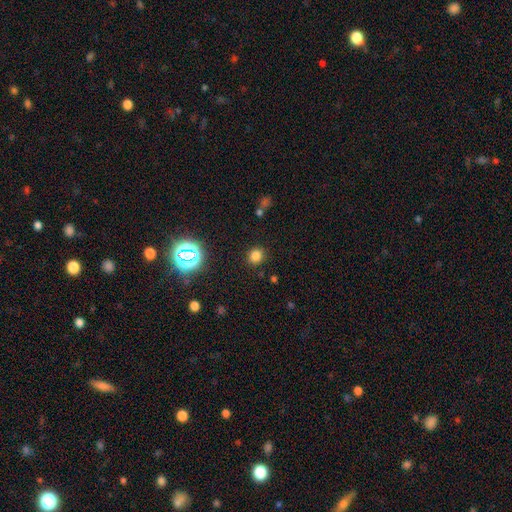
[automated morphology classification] A smooth galaxy with no disk features (76%) that is round (79%).

Vote fractions:
- Smooth or featured? smooth: 76% / star or artifact: 18% / featured or disk: 5%
- How rounded? round: 79% / in between: 20% / cigar-shaped: 1%
- Merging? none: 87% / minor disturbance: 8% / major disturbance: 3% / merger: 2%